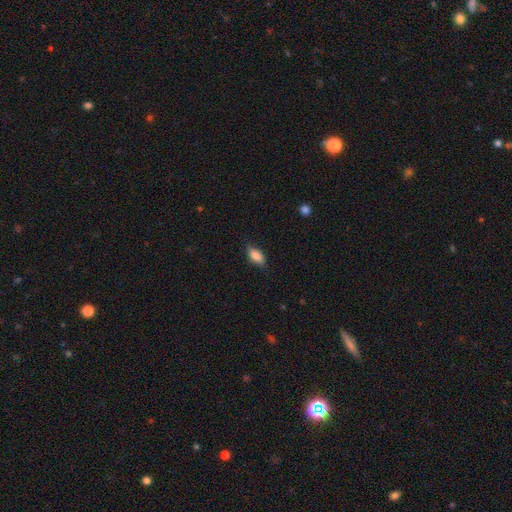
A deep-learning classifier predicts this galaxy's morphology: Smooth or featured? Predicted: smooth (p=0.85). How rounded? Predicted: in between (p=0.87). Merging? Predicted: none (p=0.82).